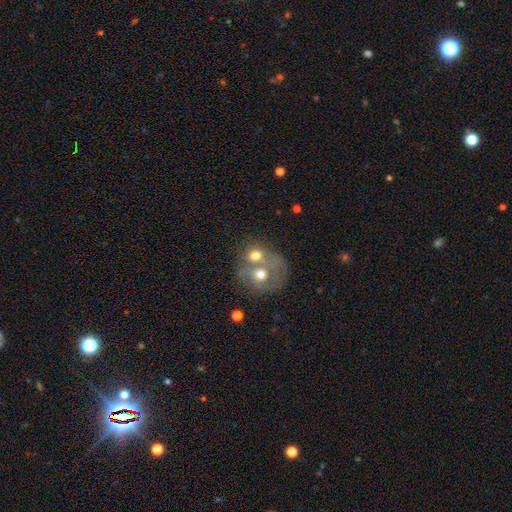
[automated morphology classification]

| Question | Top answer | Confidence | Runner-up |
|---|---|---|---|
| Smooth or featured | smooth | 56% | featured or disk (33%) |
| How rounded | round | 68% | in between (31%) |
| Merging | merger | 63% | none (23%) |